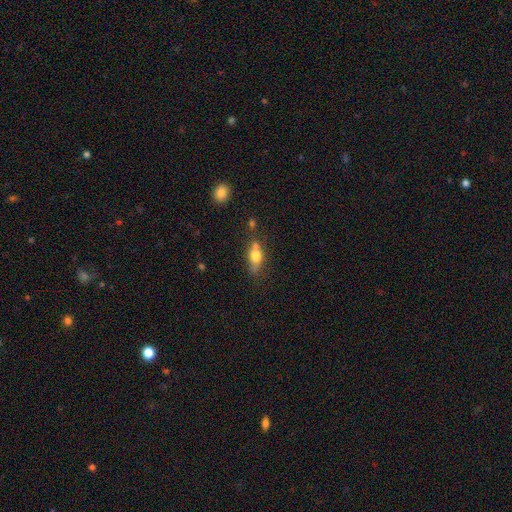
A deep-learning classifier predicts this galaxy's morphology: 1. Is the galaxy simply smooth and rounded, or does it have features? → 63% smooth, 29% featured or disk, 9% star or artifact.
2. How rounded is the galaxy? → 68% in between, 22% cigar-shaped, 10% round.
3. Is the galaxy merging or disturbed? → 57% none, 23% minor disturbance, 13% merger, 7% major disturbance.